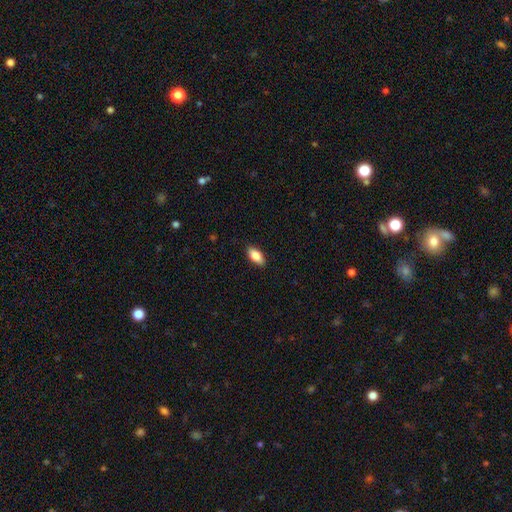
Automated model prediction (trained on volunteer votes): Smooth or featured?
  - smooth: 83% *
  - featured or disk: 11%
  - star or artifact: 7%
How rounded?
  - in between: 88% *
  - cigar-shaped: 9%
  - round: 3%
Merging?
  - none: 89% *
  - minor disturbance: 9%
  - major disturbance: 2%
  - merger: 1%